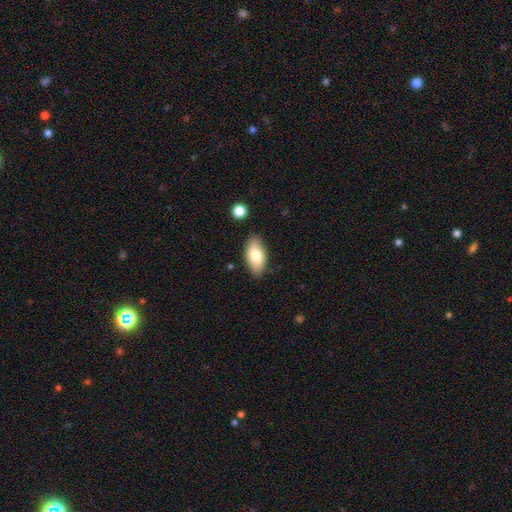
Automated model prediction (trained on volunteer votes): The model was most divided on "smooth or featured": smooth: 78%, featured or disk: 15%, star or artifact: 6%. More confident: how rounded — in between (92%); merging — none (84%).